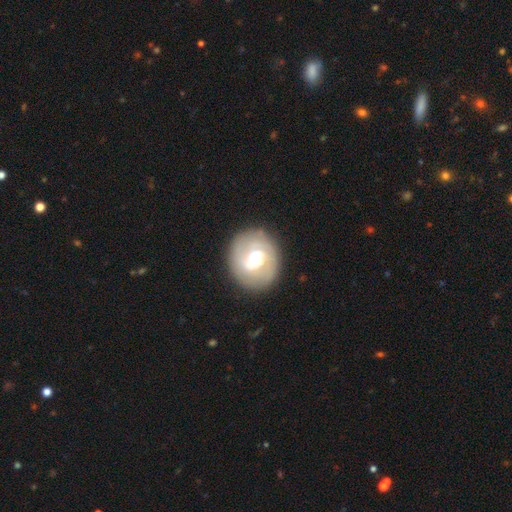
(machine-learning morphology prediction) Q: Smooth or featured?
A: featured or disk (69%); runner-up: smooth (25%)
Q: Edge-on disk?
A: no (97%); runner-up: yes (3%)
Q: Bar?
A: weak (54%); runner-up: no (27%)
Q: Spiral arms?
A: yes (84%); runner-up: no (16%)
Q: Spiral winding?
A: medium (40%); tied with: tight (40%)
Q: Spiral arm count?
A: 2 (63%); runner-up: can't tell (18%)
Q: Bulge size?
A: moderate (63%); runner-up: small (23%)
Q: Merging?
A: none (83%); runner-up: minor disturbance (11%)